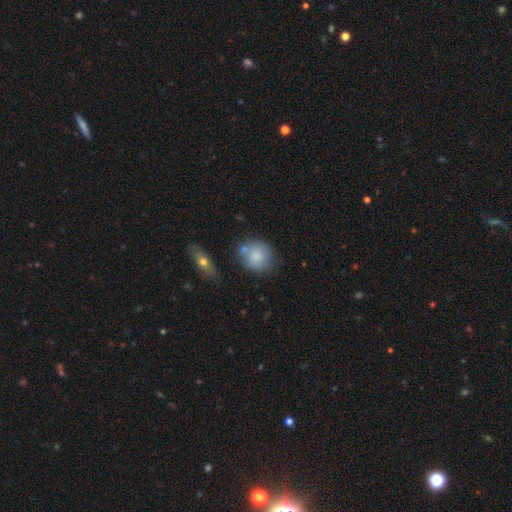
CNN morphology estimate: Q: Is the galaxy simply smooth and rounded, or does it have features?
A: smooth — 83%.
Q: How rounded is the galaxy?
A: round — 79%.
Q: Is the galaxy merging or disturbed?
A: none — 60%.